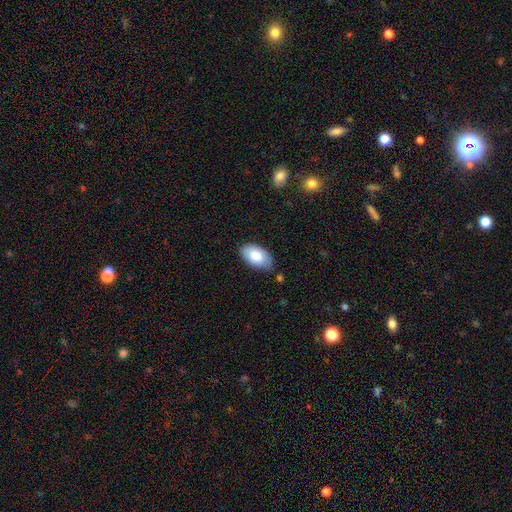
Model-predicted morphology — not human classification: type=smooth (82%); roundness=in between (95%); merging=none (77%).